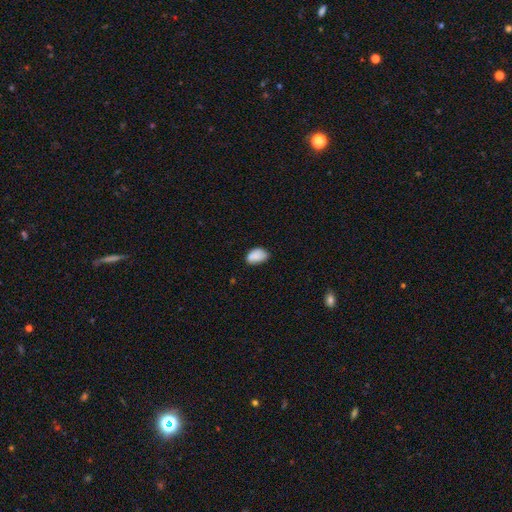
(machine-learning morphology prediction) The model was most divided on "merging": none: 58%, minor disturbance: 31%, major disturbance: 7%, merger: 4%. More confident: how rounded — in between (88%); smooth or featured — smooth (83%).